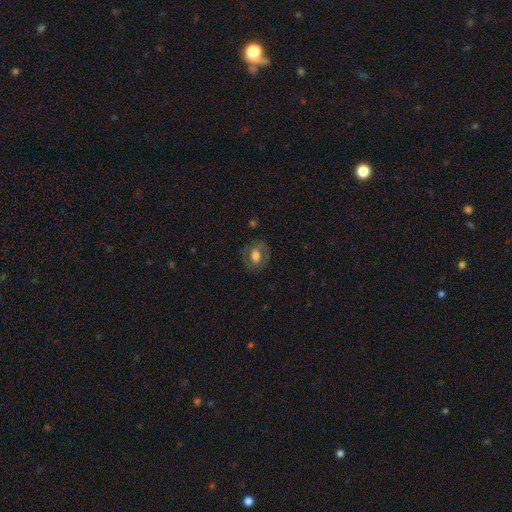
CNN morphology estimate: smooth_or_featured: smooth (p=0.50) [alt: featured or disk p=0.42]
merging: none (p=0.75) [alt: minor disturbance p=0.16]